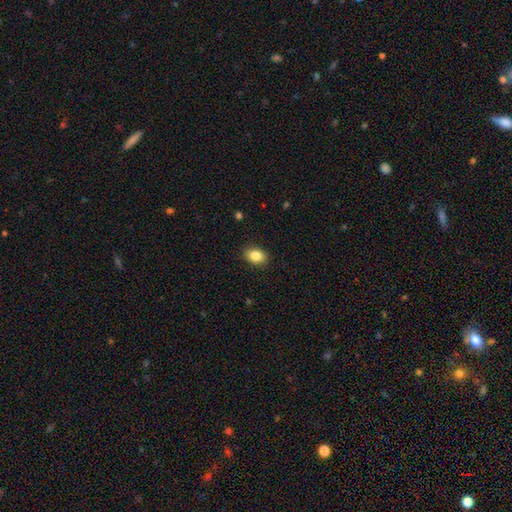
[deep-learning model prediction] Overall: smooth (85%). How rounded: in between (77%). Merging: none (89%).